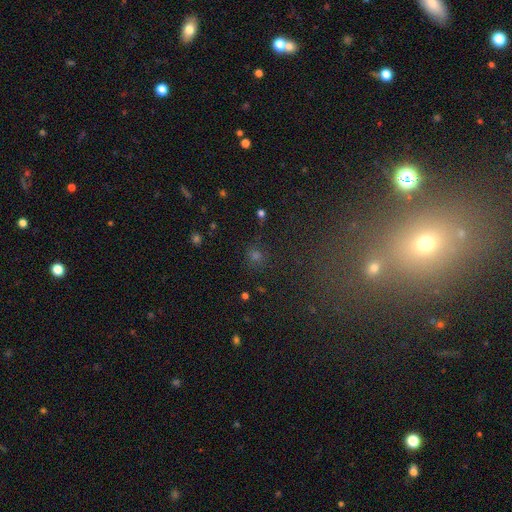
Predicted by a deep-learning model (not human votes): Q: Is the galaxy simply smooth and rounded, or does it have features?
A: smooth — 49%.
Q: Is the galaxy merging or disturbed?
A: none — 83%.